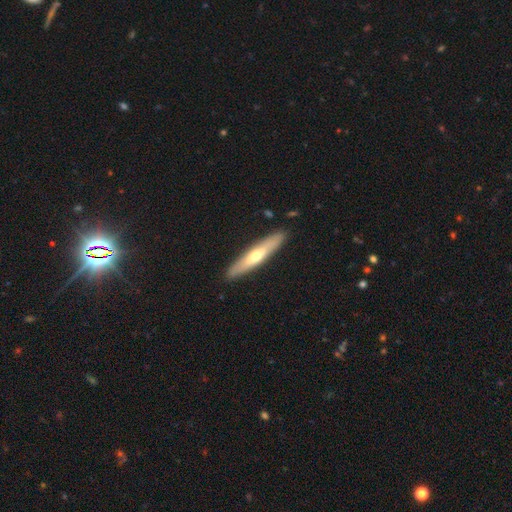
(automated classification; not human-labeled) smooth-or-featured: featured or disk: 52% | smooth: 43% | star or artifact: 5%
  disk-edge-on: yes: 83% | no: 17%
  merging: none: 90% | minor disturbance: 7% | major disturbance: 1% | merger: 1%